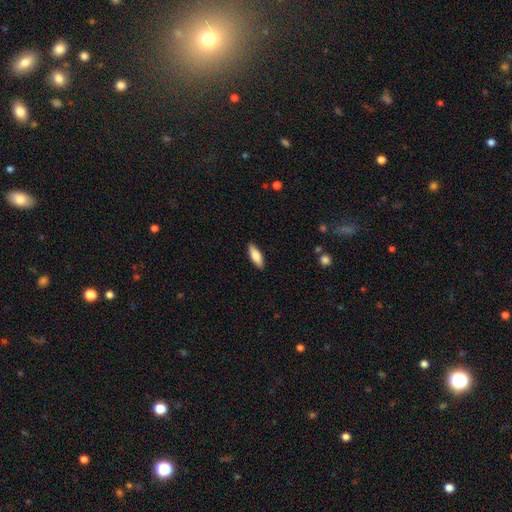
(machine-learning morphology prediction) smooth-or-featured: smooth: 75% | featured or disk: 19% | star or artifact: 6%
  how-rounded: in between: 60% | cigar-shaped: 38% | round: 2%
  merging: none: 89% | minor disturbance: 8% | major disturbance: 2% | merger: 1%